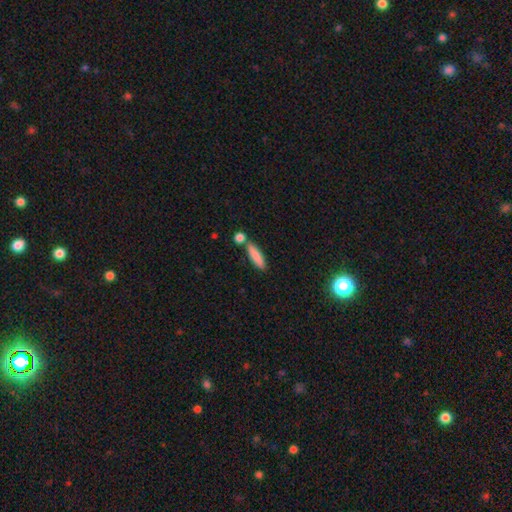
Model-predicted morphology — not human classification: type=smooth (84%); roundness=cigar-shaped (67%); merging=none (70%).